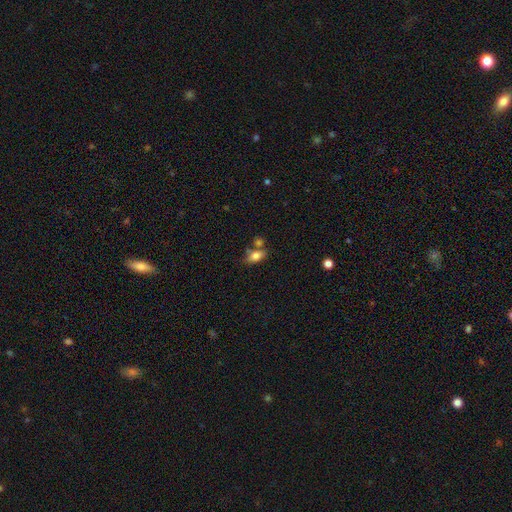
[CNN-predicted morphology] The model was most divided on "merging": none: 56%, merger: 22%, minor disturbance: 17%, major disturbance: 5%. More confident: how rounded — in between (85%); smooth or featured — smooth (78%).